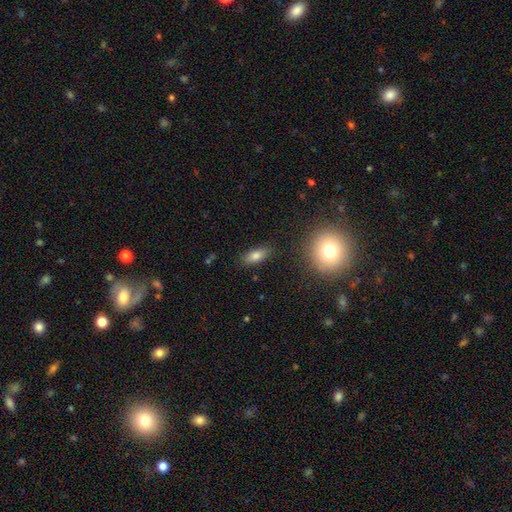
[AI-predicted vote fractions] This appears to be a smooth galaxy with no disk features (78%) that is in between round and cigar-shaped (80%). Merging: none (84%).